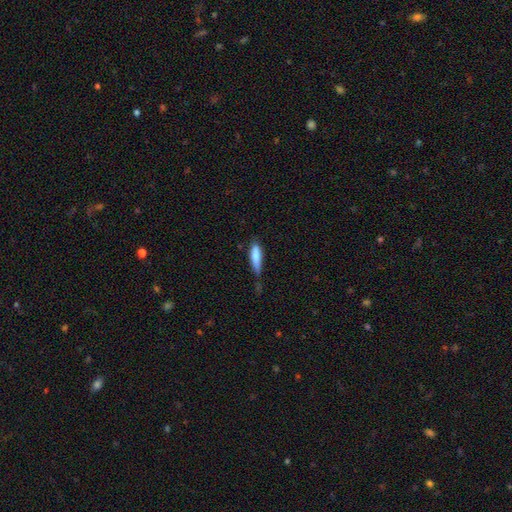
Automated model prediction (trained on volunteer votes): This appears to be a smooth galaxy with no disk features (82%) that is cigar-shaped (68%). Merging: none (47%).